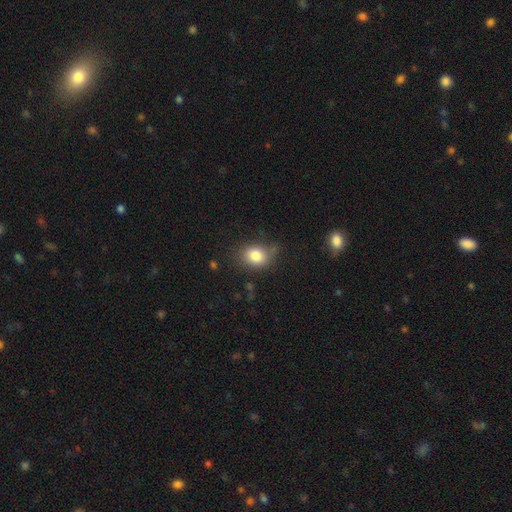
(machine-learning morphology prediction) This is clearly a smooth galaxy (81%). How rounded: possibly round (50%). Merging: likely none (67%).